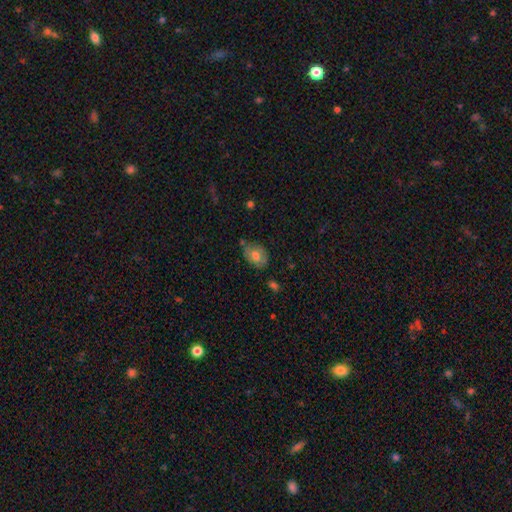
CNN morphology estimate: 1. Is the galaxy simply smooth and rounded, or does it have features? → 67% smooth, 25% featured or disk, 8% star or artifact.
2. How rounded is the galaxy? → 80% in between, 19% round, 1% cigar-shaped.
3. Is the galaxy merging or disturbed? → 64% none, 25% minor disturbance, 6% major disturbance, 6% merger.